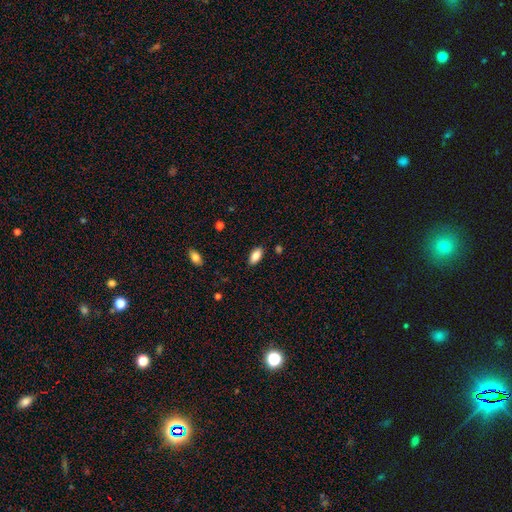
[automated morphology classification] A smooth galaxy with no disk features (84%) that is in between round and cigar-shaped (90%).

Vote fractions:
- Smooth or featured? smooth: 84% / featured or disk: 8% / star or artifact: 7%
- How rounded? in between: 90% / cigar-shaped: 8% / round: 2%
- Merging? none: 87% / minor disturbance: 10% / major disturbance: 2% / merger: 1%